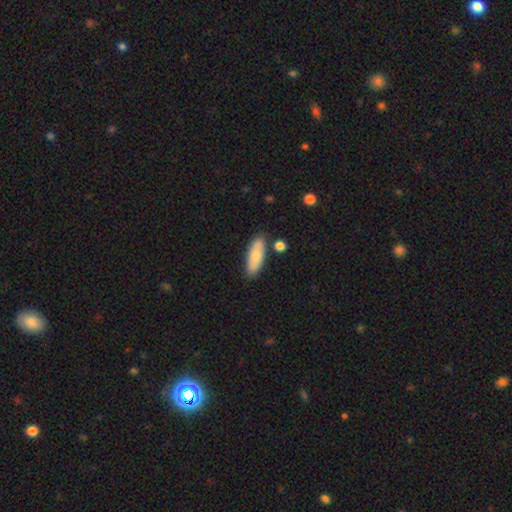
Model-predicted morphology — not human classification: smooth_or_featured: smooth (p=0.74) [alt: featured or disk p=0.20]
how_rounded: in between (p=0.68) [alt: cigar-shaped p=0.30]
merging: none (p=0.78) [alt: minor disturbance p=0.13]